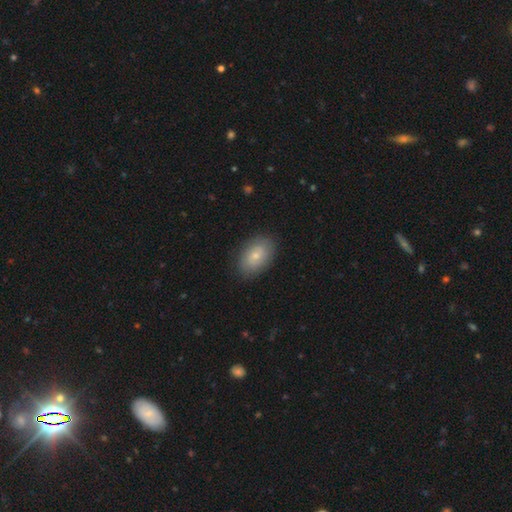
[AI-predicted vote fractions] A smooth galaxy with no disk features (69%) that is in between round and cigar-shaped (89%).

Vote fractions:
- Smooth or featured? smooth: 69% / featured or disk: 24% / star or artifact: 7%
- How rounded? in between: 89% / round: 10% / cigar-shaped: 1%
- Merging? none: 85% / minor disturbance: 11% / major disturbance: 3% / merger: 1%